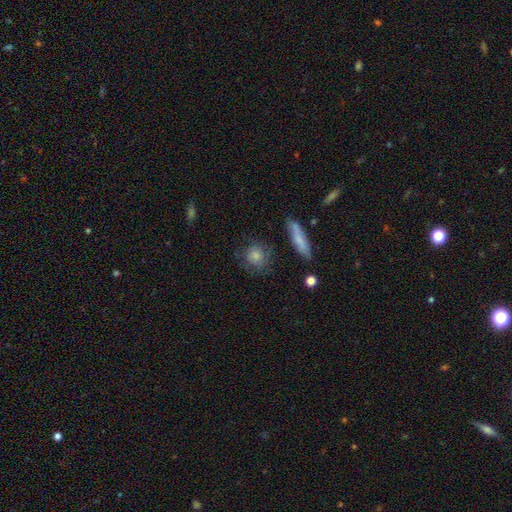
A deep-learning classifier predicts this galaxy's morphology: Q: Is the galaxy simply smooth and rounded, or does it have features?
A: smooth — 74%.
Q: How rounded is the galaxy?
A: round — 77%.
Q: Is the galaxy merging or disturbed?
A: none — 70%.